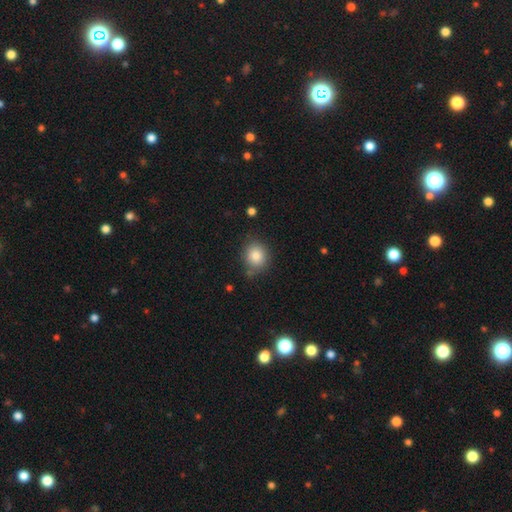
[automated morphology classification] Q: Smooth or featured?
A: smooth (84%); runner-up: star or artifact (9%)
Q: How rounded?
A: round (75%); runner-up: in between (24%)
Q: Merging?
A: none (75%); runner-up: minor disturbance (17%)